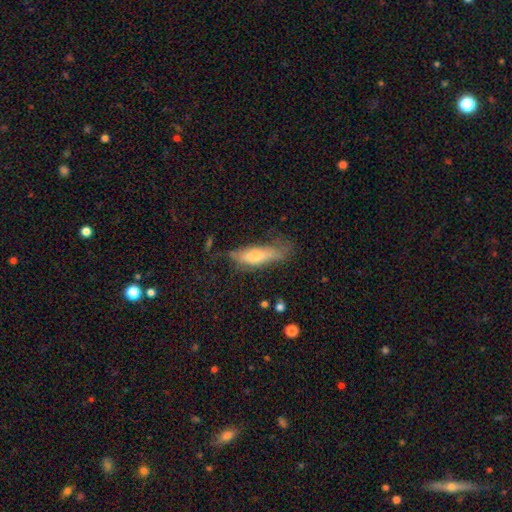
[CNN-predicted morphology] smooth-or-featured: smooth: 64% | featured or disk: 29% | star or artifact: 7%
  how-rounded: cigar-shaped: 63% | in between: 35% | round: 2%
  merging: none: 52% | minor disturbance: 29% | major disturbance: 15% | merger: 3%